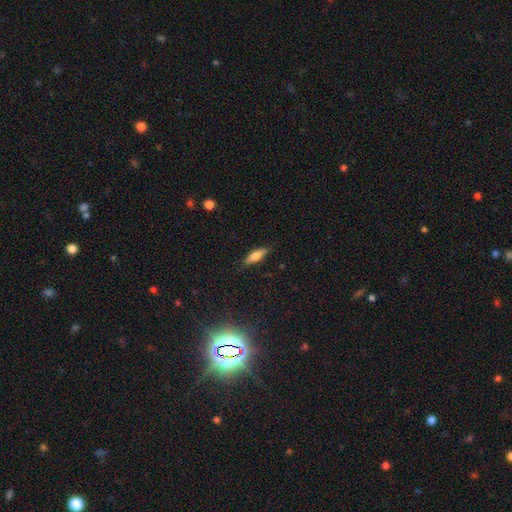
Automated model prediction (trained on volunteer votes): smooth-or-featured: smooth: 62% | featured or disk: 30% | star or artifact: 8%
  how-rounded: cigar-shaped: 50% | in between: 48% | round: 3%
  merging: none: 86% | minor disturbance: 10% | major disturbance: 2% | merger: 1%